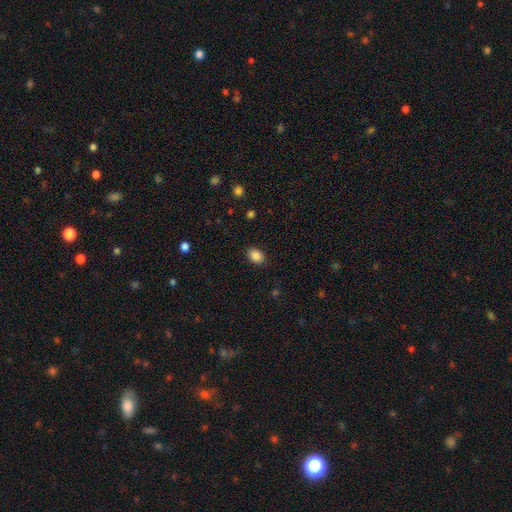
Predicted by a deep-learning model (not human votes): smooth_or_featured: smooth (p=0.88) [alt: star or artifact p=0.09]
how_rounded: in between (p=0.73) [alt: round p=0.26]
merging: none (p=0.87) [alt: minor disturbance p=0.09]